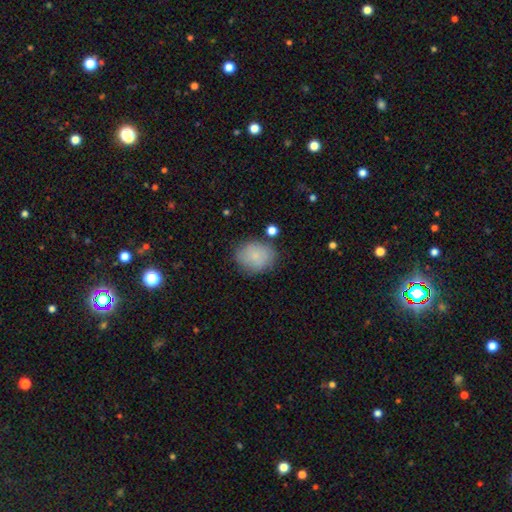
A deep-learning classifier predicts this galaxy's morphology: Smooth or featured: smooth — 81% (featured or disk — 11%)
How rounded: round — 50% (in between — 49%)
Merging: none — 75% (minor disturbance — 17%)